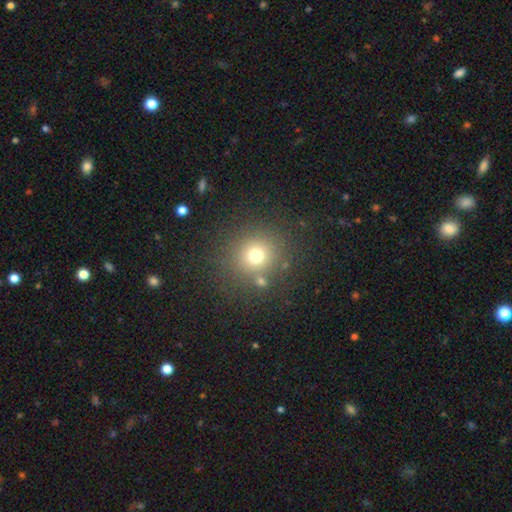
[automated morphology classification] smooth-or-featured: smooth: 71% | star or artifact: 19% | featured or disk: 10%
  how-rounded: round: 91% | in between: 8% | cigar-shaped: 1%
  merging: none: 80% | minor disturbance: 8% | merger: 6% | major disturbance: 5%